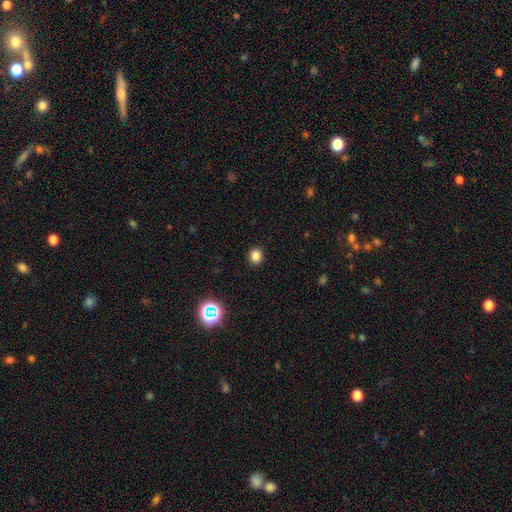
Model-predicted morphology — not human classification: smooth_or_featured: smooth (p=0.83) [alt: star or artifact p=0.14]
how_rounded: round (p=0.78) [alt: in between p=0.21]
merging: none (p=0.91) [alt: minor disturbance p=0.06]